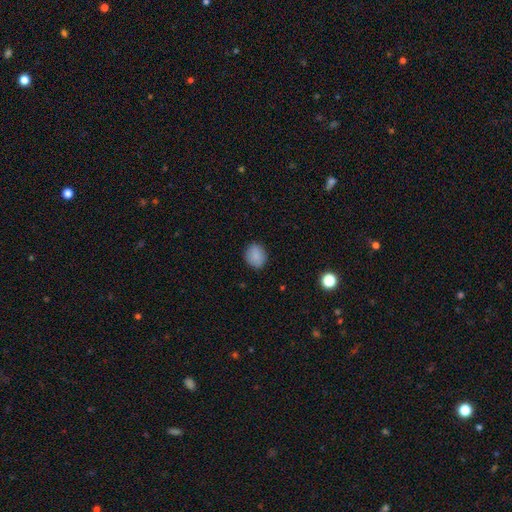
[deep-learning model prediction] Overall: smooth (87%). How rounded: round (64%; in between 35%). Merging: none (88%).